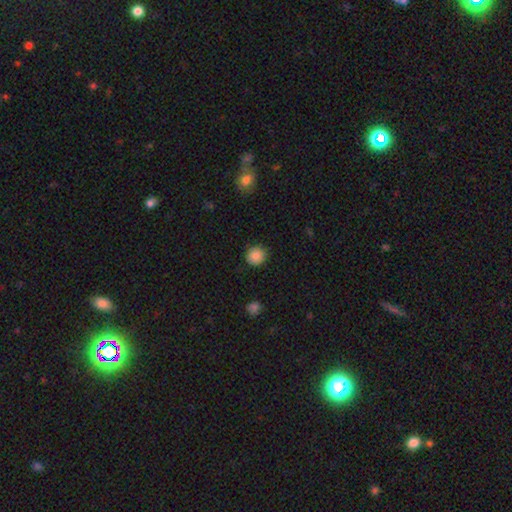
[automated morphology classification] Smooth or featured? smooth (85%)
How rounded? round (91%)
Merging? none (89%)